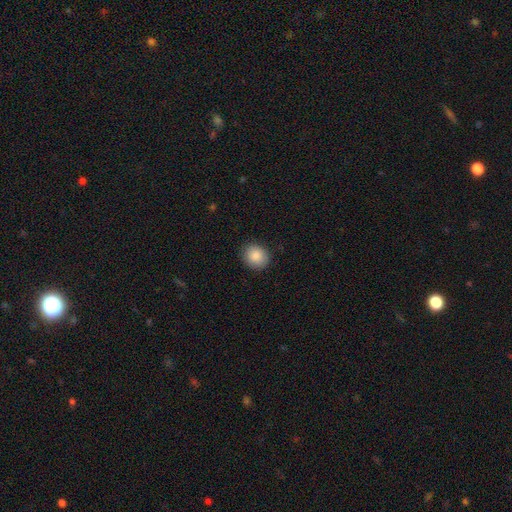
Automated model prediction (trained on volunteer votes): smooth_or_featured: smooth (p=0.87) [alt: star or artifact p=0.08]
how_rounded: round (p=0.75) [alt: in between p=0.24]
merging: none (p=0.88) [alt: minor disturbance p=0.09]